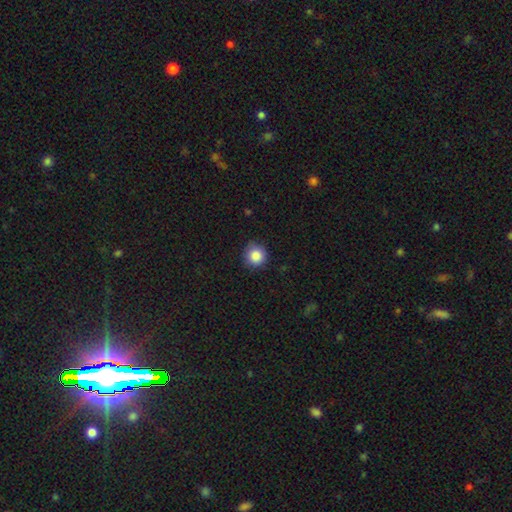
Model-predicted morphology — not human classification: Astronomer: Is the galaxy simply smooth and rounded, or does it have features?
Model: smooth — 87%.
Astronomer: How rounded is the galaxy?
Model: round — 92%.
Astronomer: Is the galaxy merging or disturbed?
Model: none — 83%.